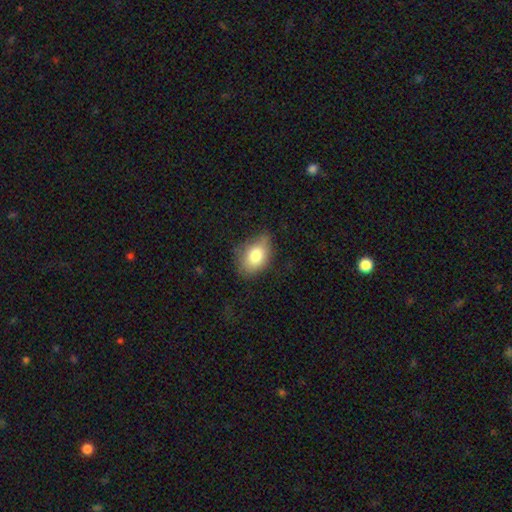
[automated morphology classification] Smooth or featured? smooth (79%)
How rounded? in between (81%)
Merging? none (58%)